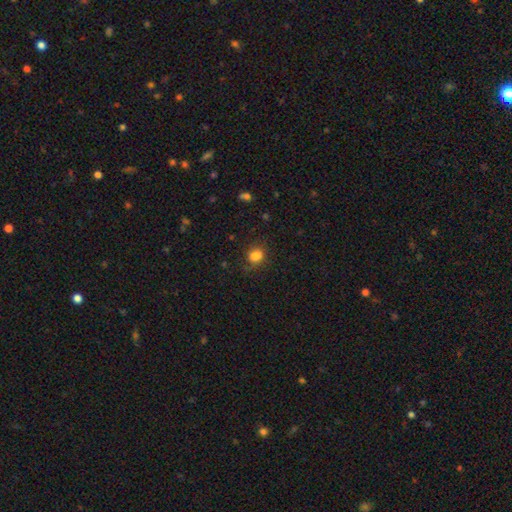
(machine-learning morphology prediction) A smooth galaxy with no disk features (80%) that is in between round and cigar-shaped (61%).

Vote fractions:
- Smooth or featured? smooth: 80% / star or artifact: 13% / featured or disk: 7%
- How rounded? in between: 61% / round: 37% / cigar-shaped: 2%
- Merging? none: 65% / minor disturbance: 21% / major disturbance: 8% / merger: 6%